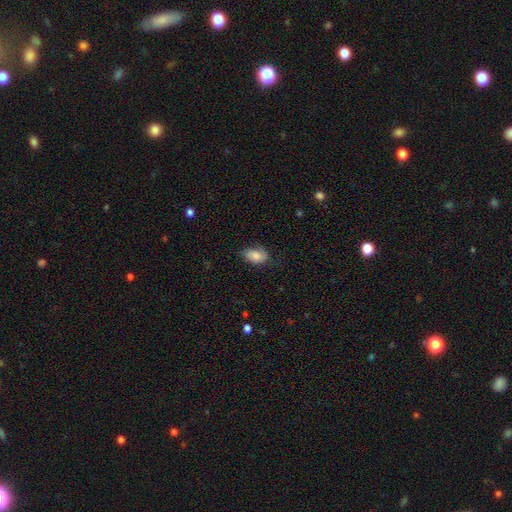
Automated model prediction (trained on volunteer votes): The model was most divided on "merging": none: 62%, minor disturbance: 29%, major disturbance: 8%, merger: 1%. More confident: how rounded — in between (90%); smooth or featured — smooth (75%).